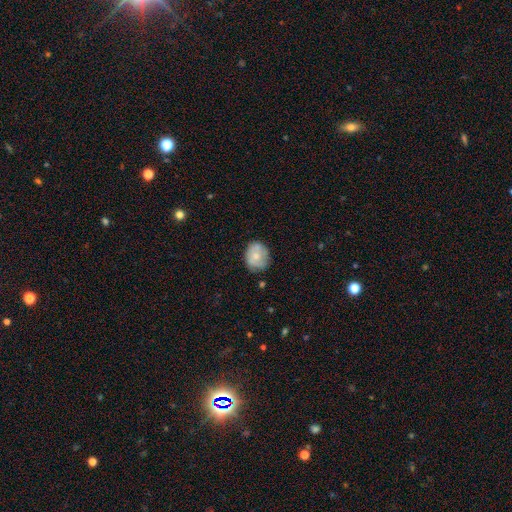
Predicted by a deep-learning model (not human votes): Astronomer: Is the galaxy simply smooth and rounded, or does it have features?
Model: smooth — 62%.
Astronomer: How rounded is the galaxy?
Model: round — 64%.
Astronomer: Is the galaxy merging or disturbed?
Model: none — 68%.